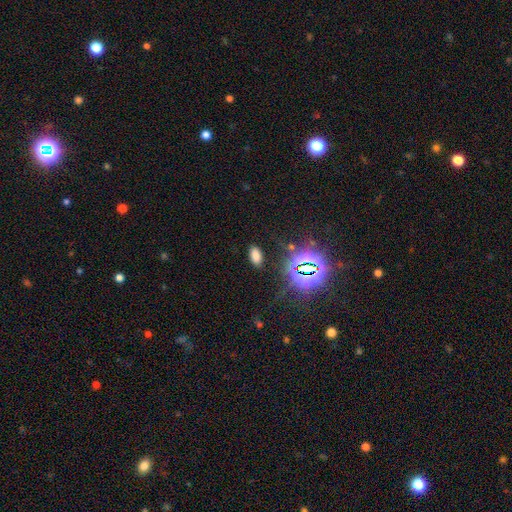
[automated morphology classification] smooth-or-featured: smooth: 65% | star or artifact: 28% | featured or disk: 6%
  how-rounded: in between: 92% | round: 4% | cigar-shaped: 4%
  merging: none: 86% | minor disturbance: 9% | major disturbance: 3% | merger: 2%